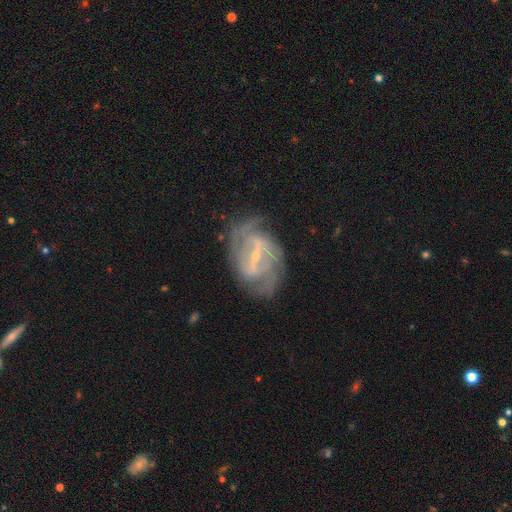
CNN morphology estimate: type=featured or disk (87%); edge-on=no (96%); bar=strong (58%); spiral arms=yes (93%); winding=medium (43%, tied with tight); arm count=2 (50%); bulge=small (69%); merging=none (68%).